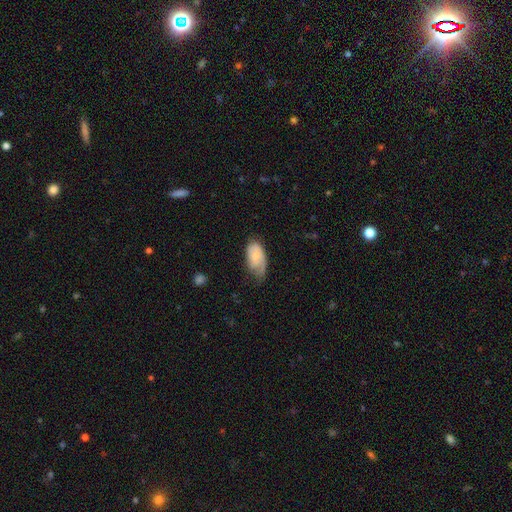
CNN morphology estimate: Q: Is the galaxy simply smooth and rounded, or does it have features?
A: smooth — 53%.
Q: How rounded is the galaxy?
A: in between — 93%.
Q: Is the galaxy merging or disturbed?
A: none — 45%.